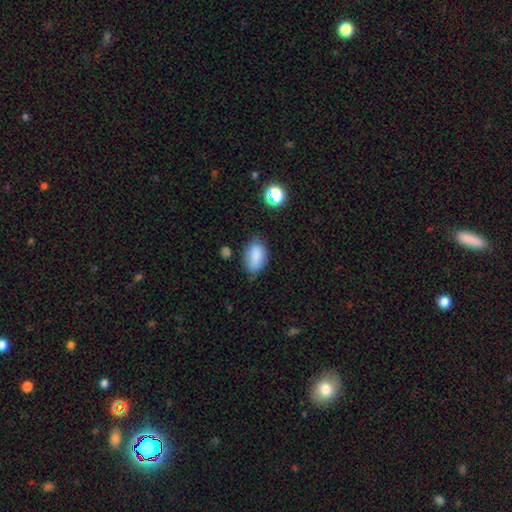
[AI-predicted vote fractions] smooth 83%, star or artifact 10%, featured or disk 7%. Down the decision tree: how rounded — in between (88%); merging — none (60%).